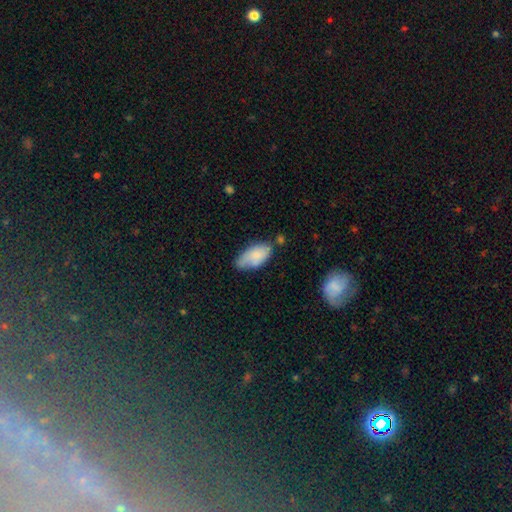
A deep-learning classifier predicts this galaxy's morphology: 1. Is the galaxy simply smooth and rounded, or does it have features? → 78% smooth, 16% featured or disk, 7% star or artifact.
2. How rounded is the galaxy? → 93% in between, 5% cigar-shaped, 2% round.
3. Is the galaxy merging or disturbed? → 52% none, 33% minor disturbance, 8% major disturbance, 7% merger.